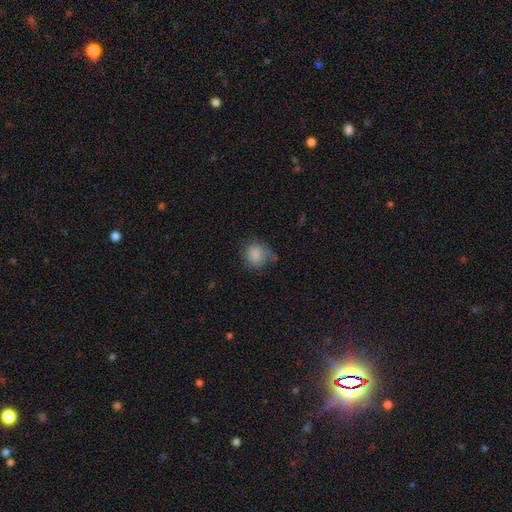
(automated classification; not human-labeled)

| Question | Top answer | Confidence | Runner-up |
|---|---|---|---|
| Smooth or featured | smooth | 74% | featured or disk (18%) |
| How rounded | round | 70% | in between (29%) |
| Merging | none | 47% | minor disturbance (30%) |